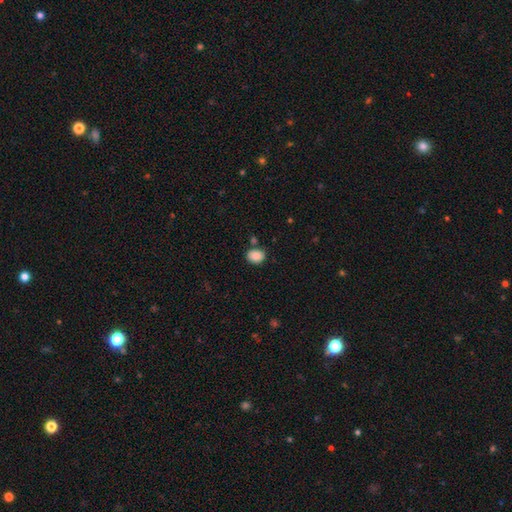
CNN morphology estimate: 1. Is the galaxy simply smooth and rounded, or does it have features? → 88% smooth, 9% star or artifact, 3% featured or disk.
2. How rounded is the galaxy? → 53% in between, 46% round, 1% cigar-shaped.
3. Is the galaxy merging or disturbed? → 77% none, 13% minor disturbance, 7% merger, 3% major disturbance.